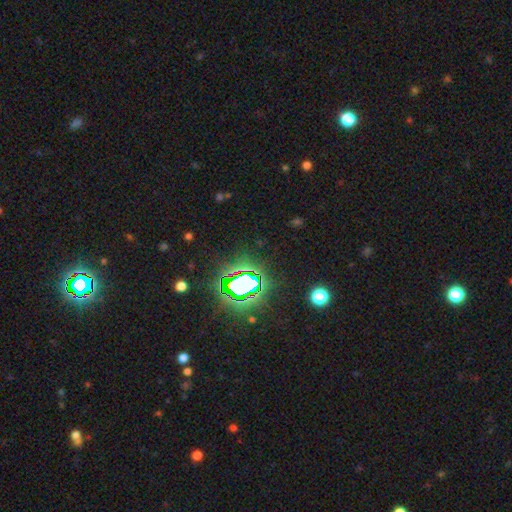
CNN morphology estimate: Smooth or featured?
  - star or artifact: 82% *
  - smooth: 11%
  - featured or disk: 7%